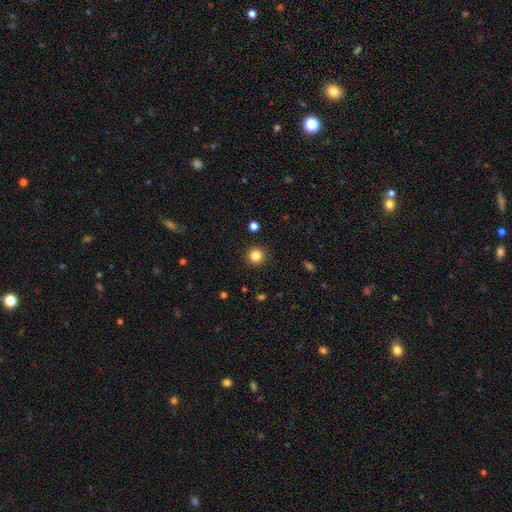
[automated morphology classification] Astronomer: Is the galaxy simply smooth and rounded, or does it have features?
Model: smooth — 84%.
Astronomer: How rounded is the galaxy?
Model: round — 95%.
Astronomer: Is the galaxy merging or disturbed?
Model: none — 92%.